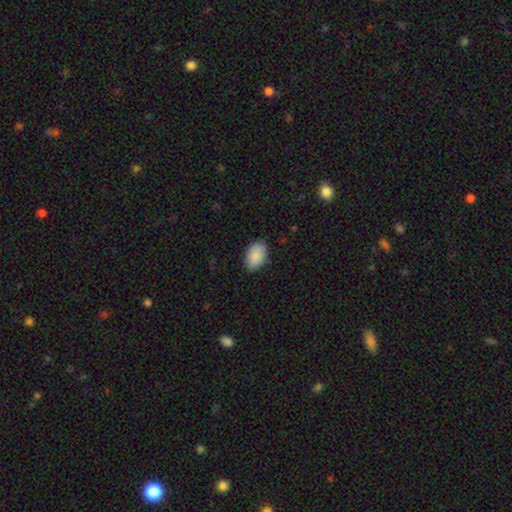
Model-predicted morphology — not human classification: The model was most divided on "merging": none: 82%, minor disturbance: 14%, major disturbance: 2%, merger: 1%. More confident: how rounded — in between (92%); smooth or featured — smooth (89%).